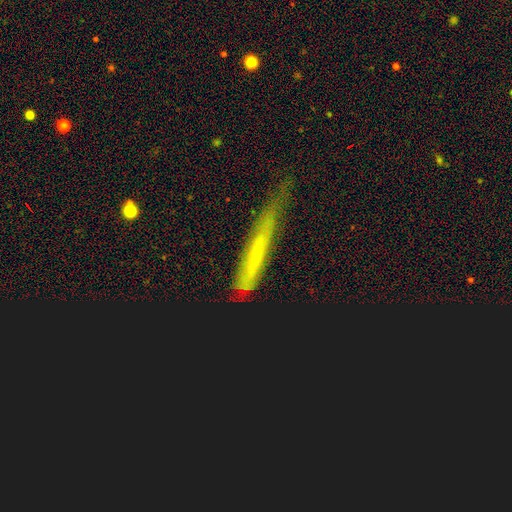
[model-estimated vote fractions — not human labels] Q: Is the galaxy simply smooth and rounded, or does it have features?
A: smooth — 43%.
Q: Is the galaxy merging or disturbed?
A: none — 57%.